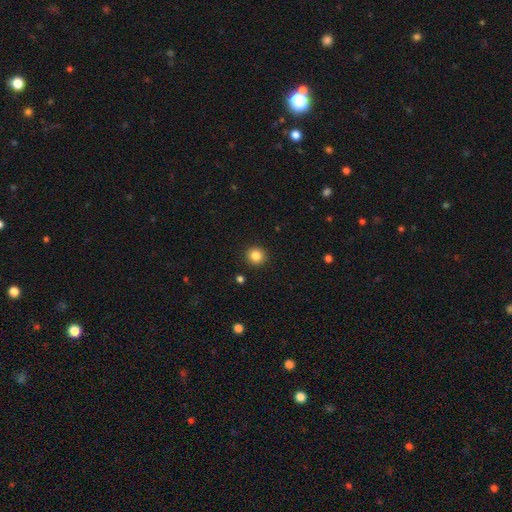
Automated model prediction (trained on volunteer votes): Smooth or featured: smooth — 85% (star or artifact — 11%)
How rounded: round — 93% (in between — 6%)
Merging: none — 92% (minor disturbance — 5%)